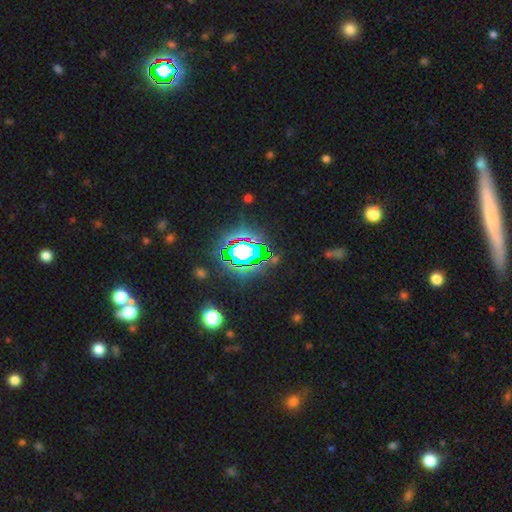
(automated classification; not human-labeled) smooth_or_featured: star or artifact (p=0.79) [alt: smooth p=0.13]